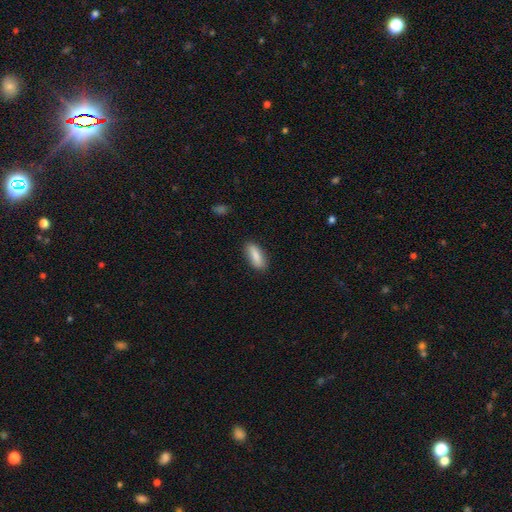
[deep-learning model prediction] Smooth or featured? smooth (85%)
How rounded? in between (69%)
Merging? none (84%)